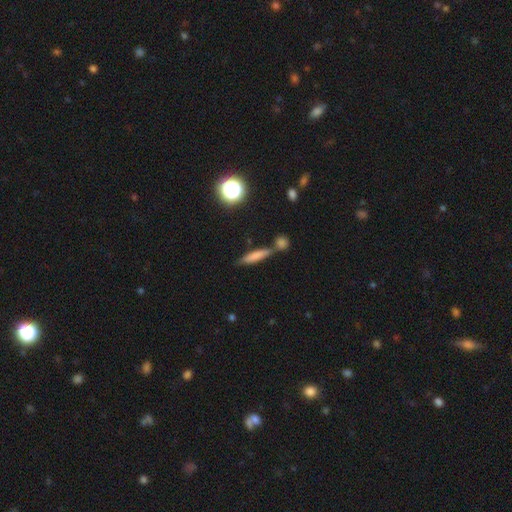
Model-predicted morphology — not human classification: A smooth galaxy with no disk features (69%) that is cigar-shaped (82%).

Vote fractions:
- Smooth or featured? smooth: 69% / featured or disk: 20% / star or artifact: 11%
- How rounded? cigar-shaped: 82% / in between: 15% / round: 3%
- Merging? none: 60% / merger: 23% / minor disturbance: 12% / major disturbance: 4%